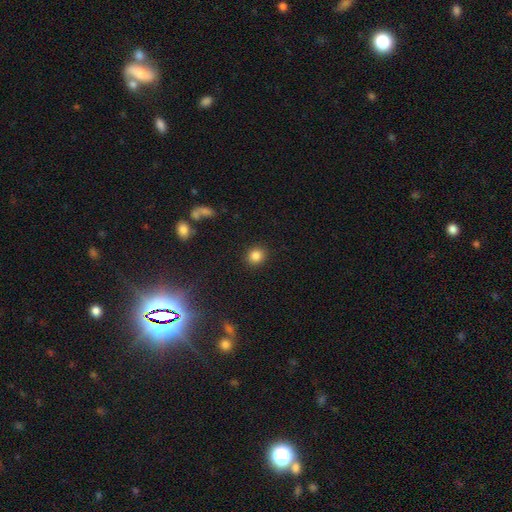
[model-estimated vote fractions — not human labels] Smooth or featured? smooth (83%)
How rounded? round (79%)
Merging? none (90%)